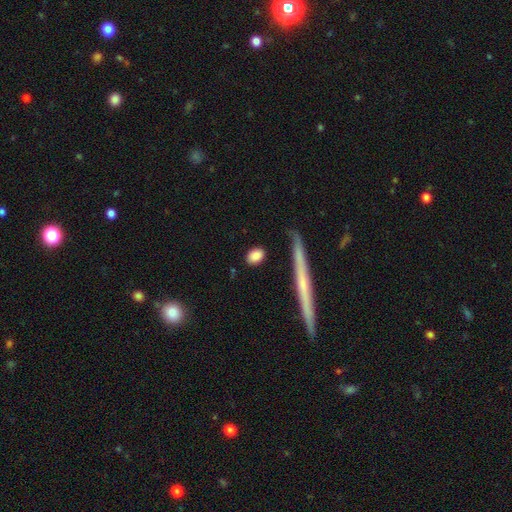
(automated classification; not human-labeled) This appears to be a smooth galaxy with no disk features (84%) that is in between round and cigar-shaped (72%). Merging: none (82%).